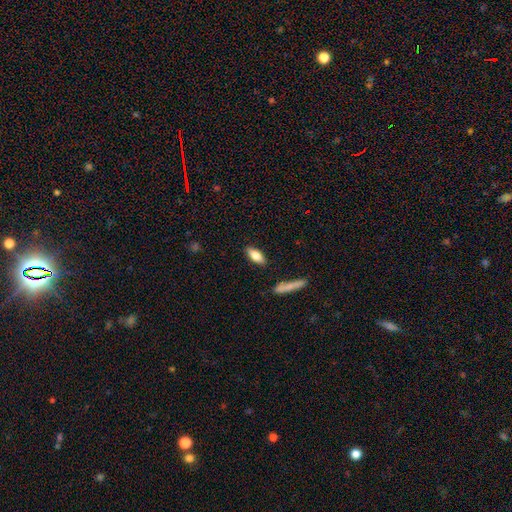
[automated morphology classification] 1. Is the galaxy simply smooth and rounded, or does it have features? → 77% smooth, 17% featured or disk, 6% star or artifact.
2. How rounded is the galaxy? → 74% in between, 24% cigar-shaped, 2% round.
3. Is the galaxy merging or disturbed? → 86% none, 9% minor disturbance, 2% major disturbance, 2% merger.